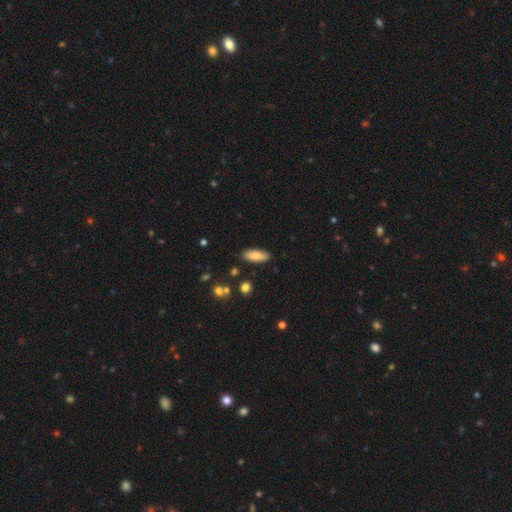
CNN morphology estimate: smooth_or_featured: smooth (p=0.81) [alt: featured or disk p=0.12]
how_rounded: in between (p=0.73) [alt: cigar-shaped p=0.25]
merging: none (p=0.87) [alt: minor disturbance p=0.09]